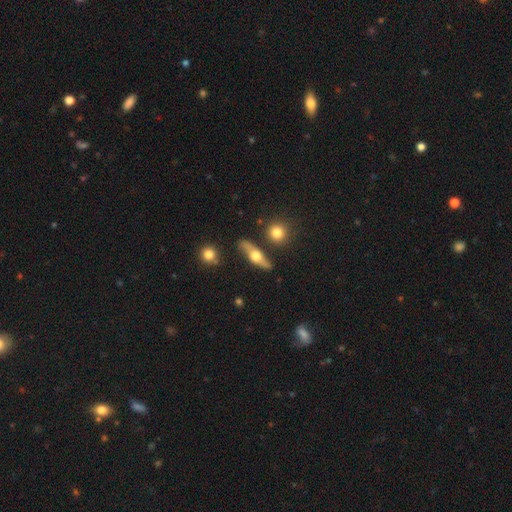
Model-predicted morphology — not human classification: Smooth or featured?
  - featured or disk: 59% *
  - smooth: 34%
  - star or artifact: 6%
Edge-on disk?
  - yes: 79% *
  - no: 21%
Merging?
  - none: 77% *
  - minor disturbance: 14%
  - merger: 5%
  - major disturbance: 4%